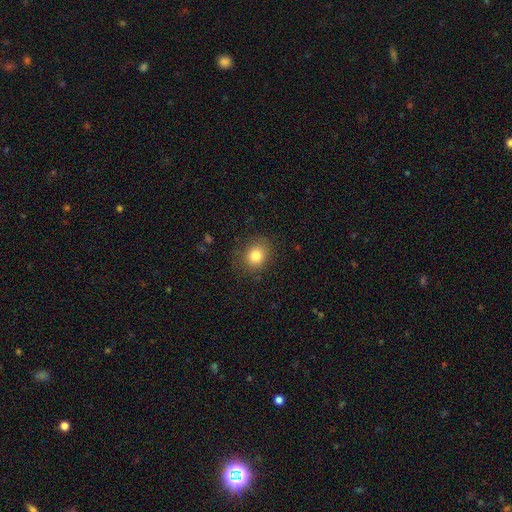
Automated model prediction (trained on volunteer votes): smooth_or_featured: smooth (p=0.81) [alt: star or artifact p=0.12]
how_rounded: round (p=0.69) [alt: in between p=0.30]
merging: none (p=0.83) [alt: minor disturbance p=0.12]